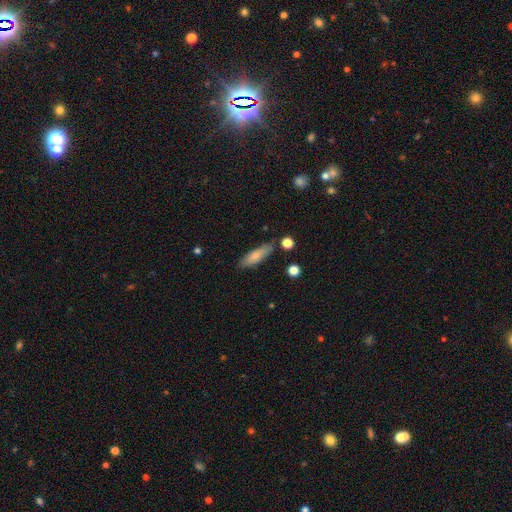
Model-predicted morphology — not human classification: smooth 76%, featured or disk 17%, star or artifact 7%. Down the decision tree: how rounded — cigar-shaped (60%); merging — none (80%).